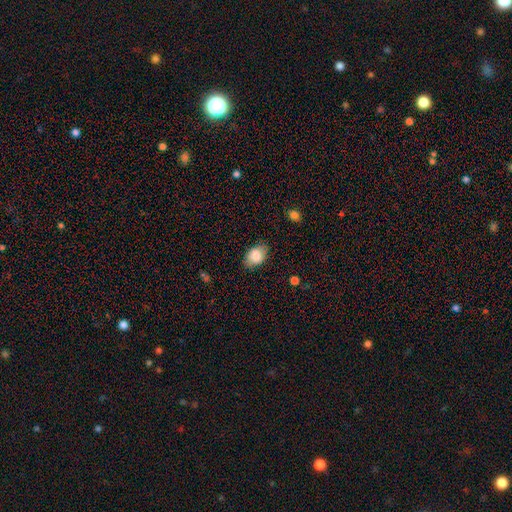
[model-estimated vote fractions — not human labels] Q: Smooth or featured?
A: smooth (84%); runner-up: featured or disk (9%)
Q: How rounded?
A: in between (85%); runner-up: round (14%)
Q: Merging?
A: none (80%); runner-up: minor disturbance (15%)